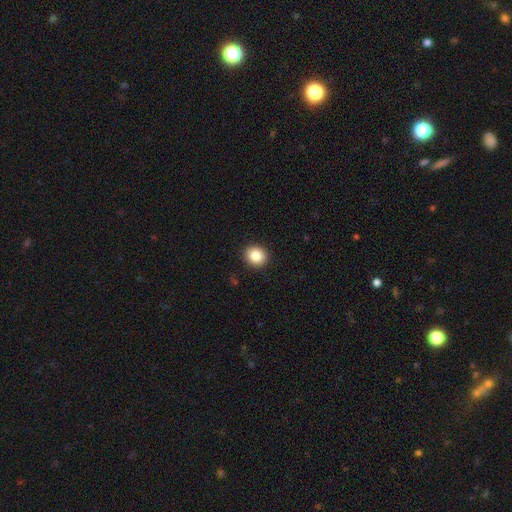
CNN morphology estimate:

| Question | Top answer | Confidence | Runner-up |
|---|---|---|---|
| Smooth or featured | smooth | 87% | star or artifact (9%) |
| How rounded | round | 79% | in between (20%) |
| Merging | none | 92% | minor disturbance (6%) |